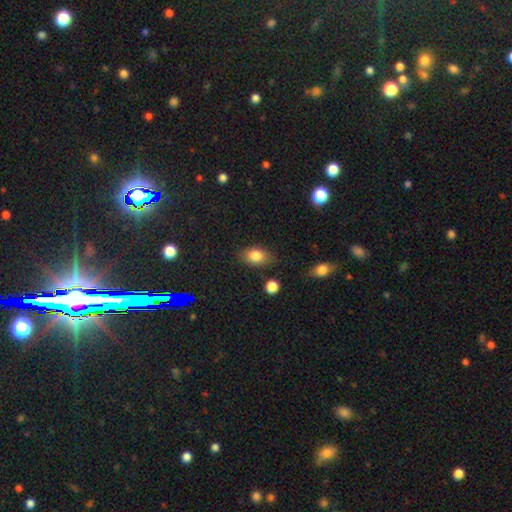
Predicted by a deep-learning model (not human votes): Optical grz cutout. It shows a smooth galaxy with no disk features (81%) that is in between round and cigar-shaped (80%). Merging: none (79%).